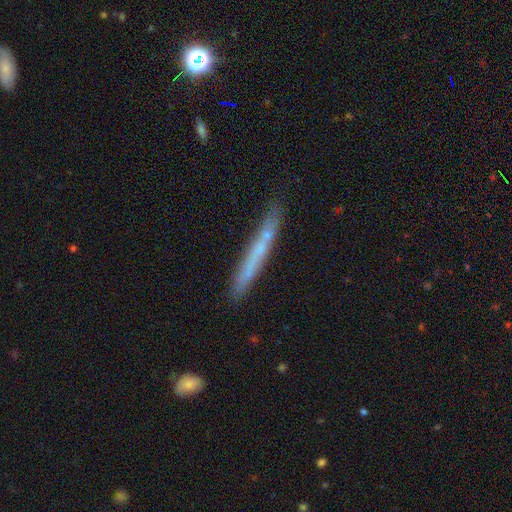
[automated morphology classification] smooth_or_featured: smooth (p=0.50) [alt: featured or disk p=0.42]
how_rounded: cigar-shaped (p=0.97) [alt: in between p=0.02]
merging: none (p=0.82) [alt: minor disturbance p=0.13]